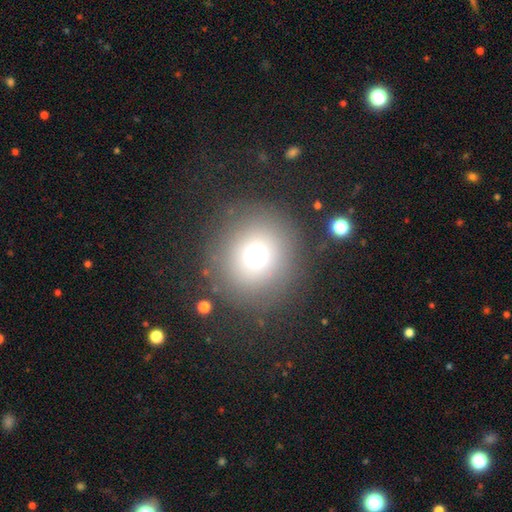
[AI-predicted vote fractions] Smooth or featured? Predicted: smooth (p=0.68). How rounded? Predicted: round (p=0.92). Merging? Predicted: none (p=0.85).